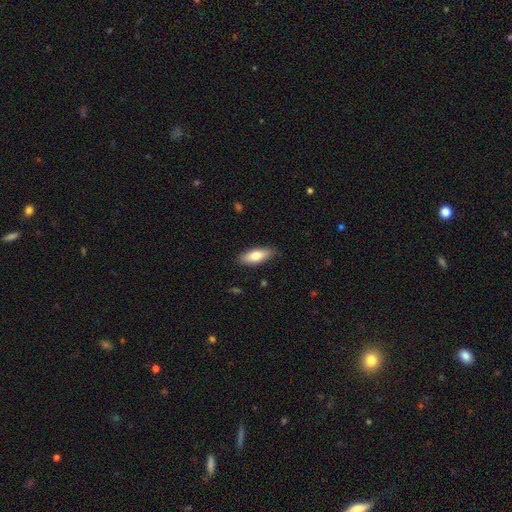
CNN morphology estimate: Smooth or featured? Predicted: smooth (p=0.75). How rounded? Predicted: in between (p=0.71). Merging? Predicted: none (p=0.87).